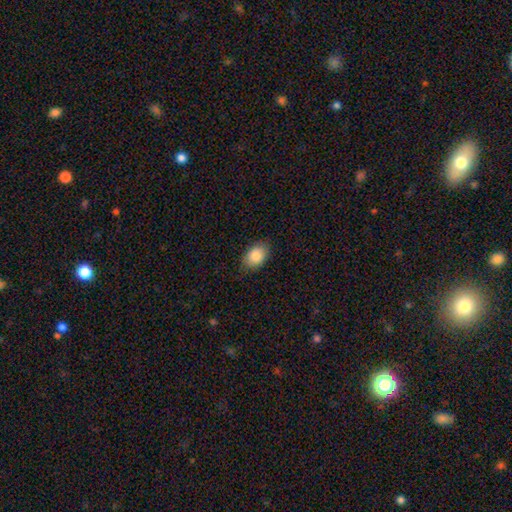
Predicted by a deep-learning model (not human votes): Q: Smooth or featured?
A: smooth (86%); runner-up: star or artifact (7%)
Q: How rounded?
A: in between (86%); runner-up: round (13%)
Q: Merging?
A: none (83%); runner-up: minor disturbance (14%)